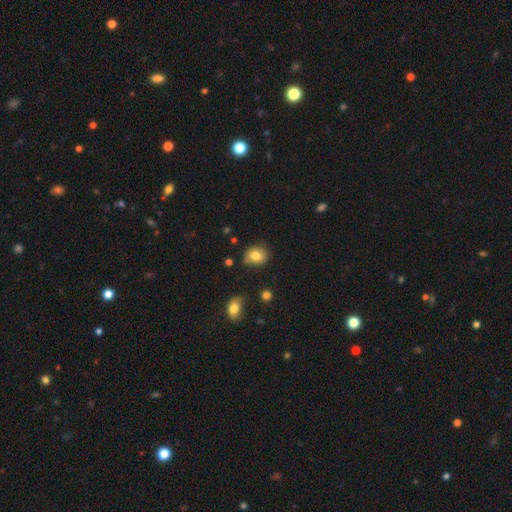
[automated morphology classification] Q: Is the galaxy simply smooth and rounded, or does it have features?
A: smooth — 80%.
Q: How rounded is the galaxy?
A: round — 52%.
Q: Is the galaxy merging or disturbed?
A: none — 73%.